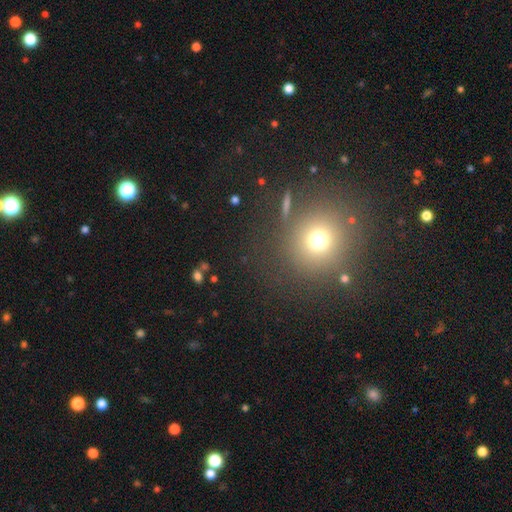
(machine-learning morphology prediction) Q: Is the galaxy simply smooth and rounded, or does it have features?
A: smooth — 56%.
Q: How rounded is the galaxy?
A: round — 91%.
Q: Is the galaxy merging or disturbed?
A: none — 86%.